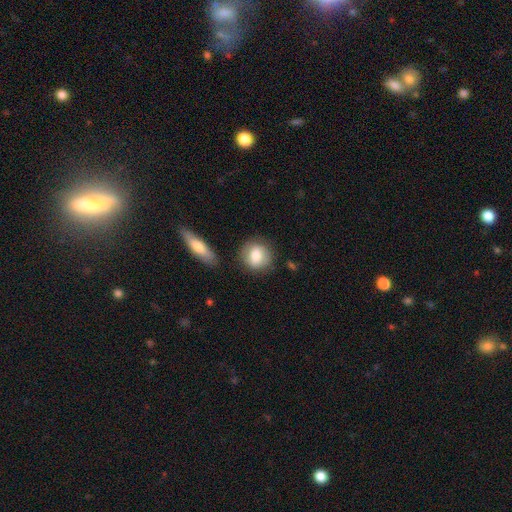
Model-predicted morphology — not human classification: A smooth galaxy with no disk features (76%) that is round (81%). Merging: none (80%).